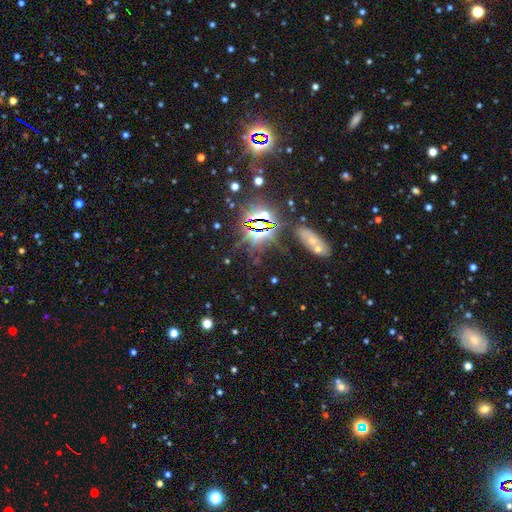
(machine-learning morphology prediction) This is likely a star or artifact rather than a galaxy (79%).